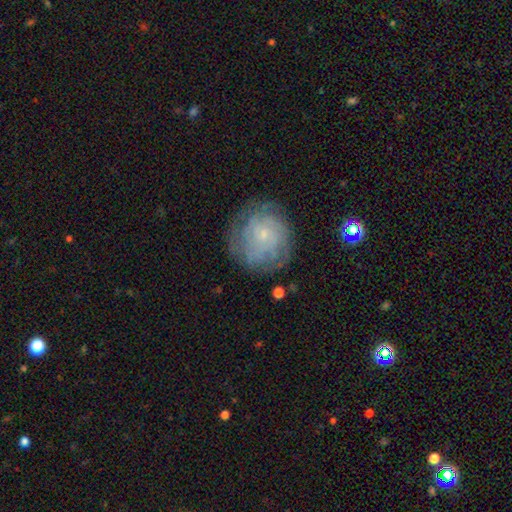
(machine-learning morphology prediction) Smooth or featured? featured or disk (57%)
Edge-on disk? no (97%)
Bar? no (80%)
Spiral arms? yes (83%)
Bulge size? small (78%)
Merging? none (78%)